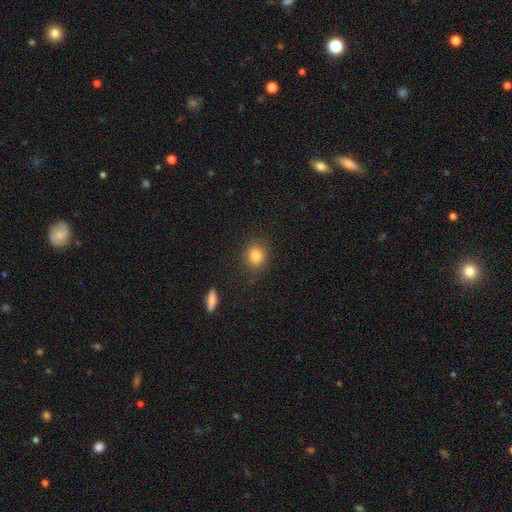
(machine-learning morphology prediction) type=smooth (82%); roundness=round (71%); merging=none (84%).